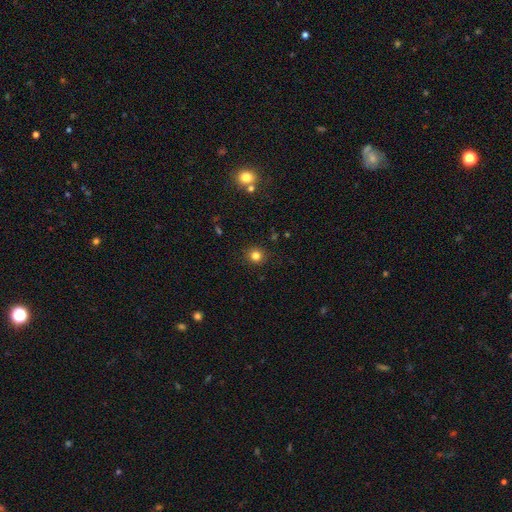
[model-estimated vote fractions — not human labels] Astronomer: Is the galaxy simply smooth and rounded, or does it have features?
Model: smooth — 80%.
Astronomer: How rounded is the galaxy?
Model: round — 91%.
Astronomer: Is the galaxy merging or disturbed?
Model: none — 91%.